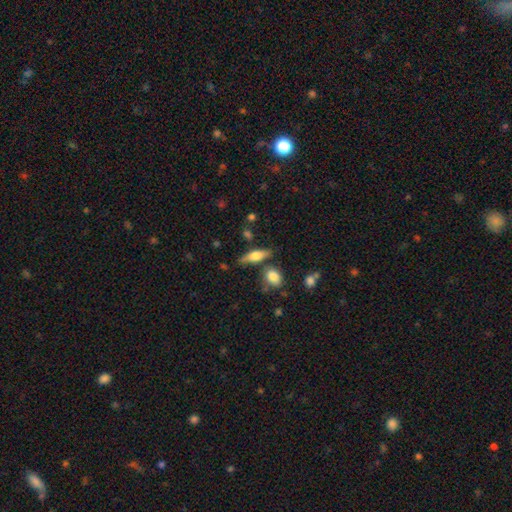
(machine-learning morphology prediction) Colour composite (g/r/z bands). It shows a smooth galaxy with no disk features (56%) that is in between round and cigar-shaped (48%). Merging: none (73%).